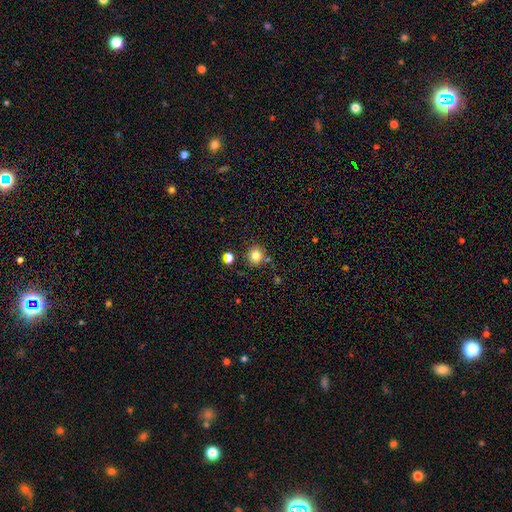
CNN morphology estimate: Smooth or featured?
  - smooth: 82% *
  - star or artifact: 12%
  - featured or disk: 6%
How rounded?
  - round: 91% *
  - in between: 8%
  - cigar-shaped: 1%
Merging?
  - none: 83% *
  - minor disturbance: 8%
  - merger: 6%
  - major disturbance: 3%